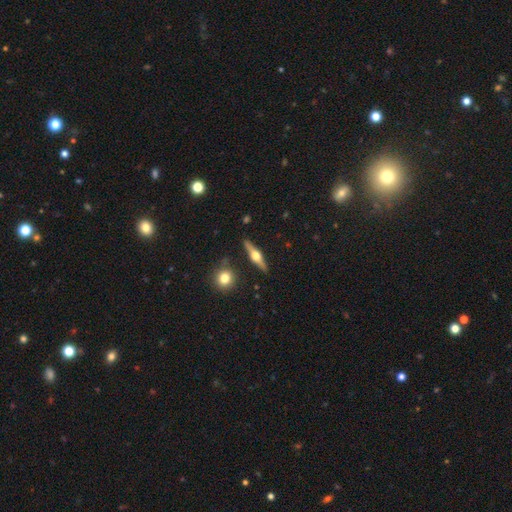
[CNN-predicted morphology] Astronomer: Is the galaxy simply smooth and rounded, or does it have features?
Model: featured or disk — 68%.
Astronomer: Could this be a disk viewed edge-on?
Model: yes — 96%.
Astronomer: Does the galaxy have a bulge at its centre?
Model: rounded — 95%.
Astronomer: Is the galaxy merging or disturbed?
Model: none — 88%.